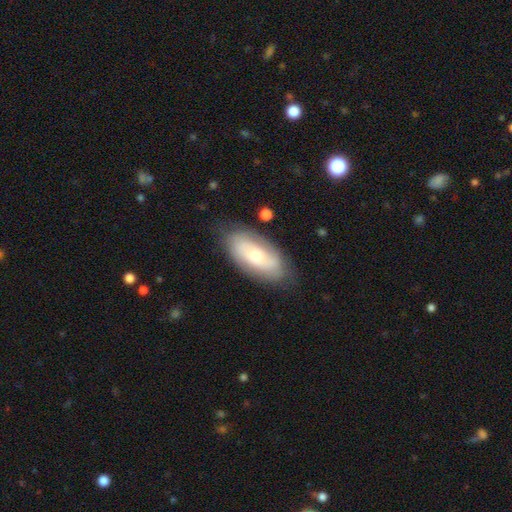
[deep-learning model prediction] This is possibly a smooth galaxy (47%, tied with featured or disk). Merging: likely none (76%).